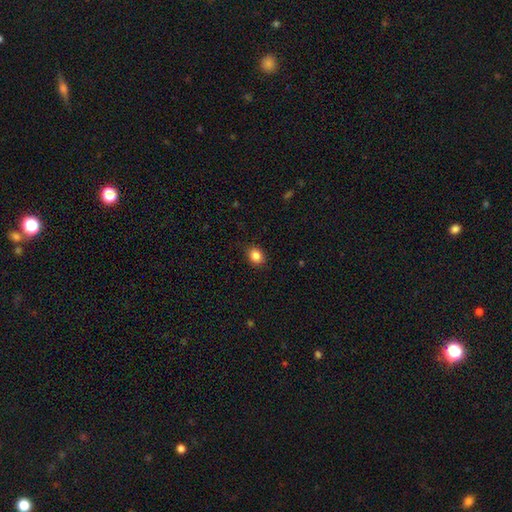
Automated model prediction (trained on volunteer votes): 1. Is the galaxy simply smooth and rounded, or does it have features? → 86% smooth, 10% star or artifact, 4% featured or disk.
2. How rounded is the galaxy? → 51% round, 48% in between, 1% cigar-shaped.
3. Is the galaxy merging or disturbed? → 87% none, 9% minor disturbance, 2% major disturbance, 1% merger.